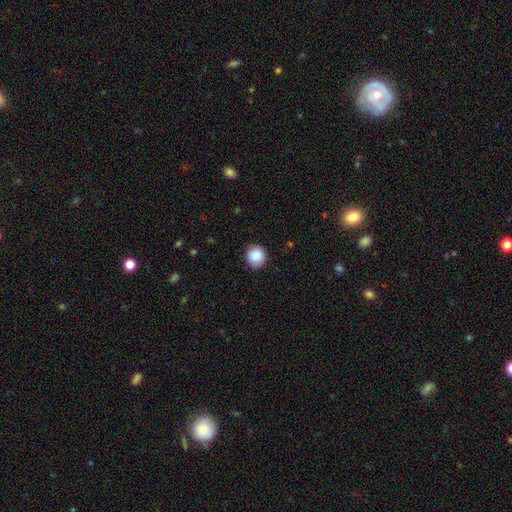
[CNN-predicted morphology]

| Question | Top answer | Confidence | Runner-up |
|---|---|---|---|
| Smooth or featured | smooth | 87% | star or artifact (9%) |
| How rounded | round | 94% | in between (5%) |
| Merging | none | 90% | minor disturbance (7%) |